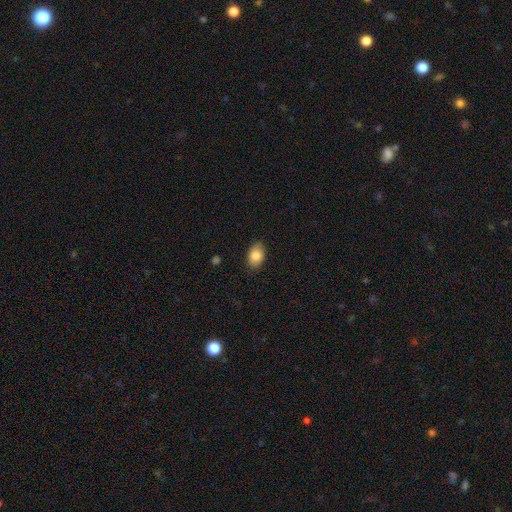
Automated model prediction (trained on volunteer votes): This appears to be a smooth galaxy with no disk features (86%) that is in between round and cigar-shaped (86%). Merging: none (86%).